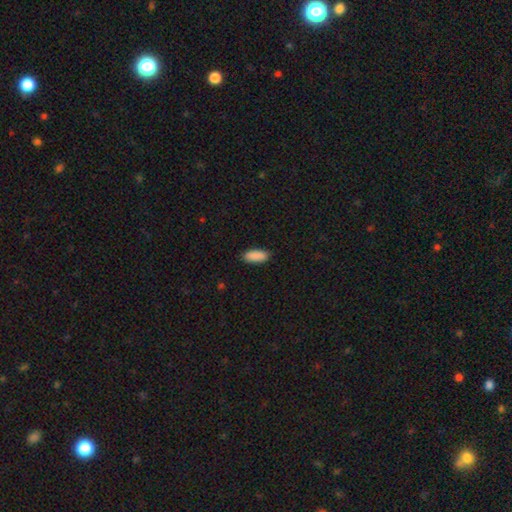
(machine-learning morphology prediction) A smooth galaxy with no disk features (91%) that is in between round and cigar-shaped (79%). Merging: none (88%).